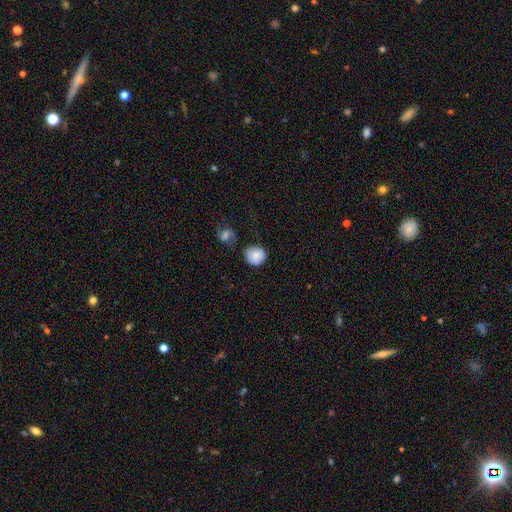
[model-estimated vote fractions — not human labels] Overall: smooth (82%). How rounded: round (86%). Merging: none (63%).